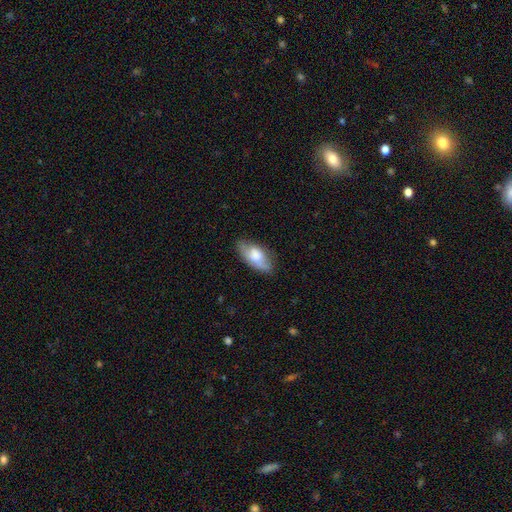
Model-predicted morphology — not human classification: A smooth galaxy with no disk features (66%) that is in between round and cigar-shaped (90%).

Vote fractions:
- Smooth or featured? smooth: 66% / featured or disk: 27% / star or artifact: 7%
- How rounded? in between: 90% / cigar-shaped: 7% / round: 3%
- Merging? none: 68% / minor disturbance: 25% / major disturbance: 6% / merger: 2%